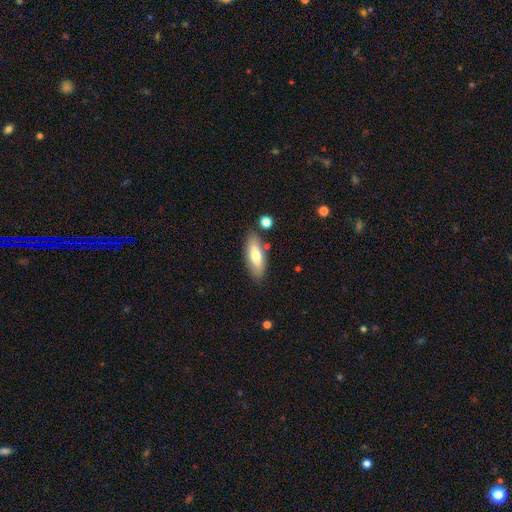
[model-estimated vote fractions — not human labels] Overall: smooth (68%). How rounded: in between (69%; cigar-shaped 29%). Merging: none (80%).